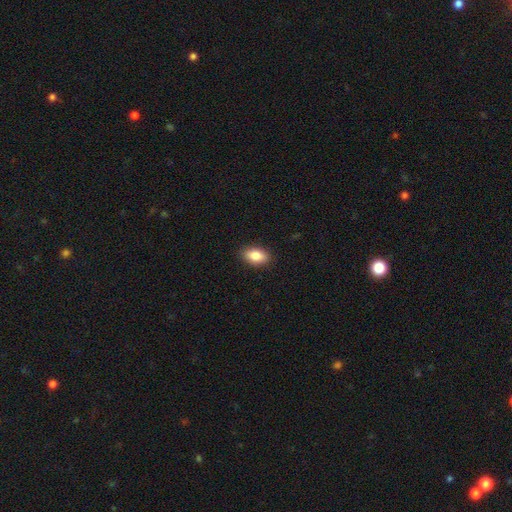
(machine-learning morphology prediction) Smooth or featured: smooth — 86% (star or artifact — 7%)
How rounded: in between — 90% (round — 7%)
Merging: none — 89% (minor disturbance — 8%)